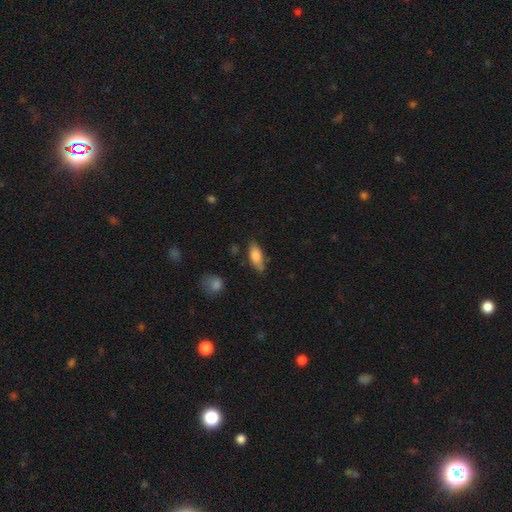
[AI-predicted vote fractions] Overall: smooth (80%). How rounded: in between (74%). Merging: none (72%).